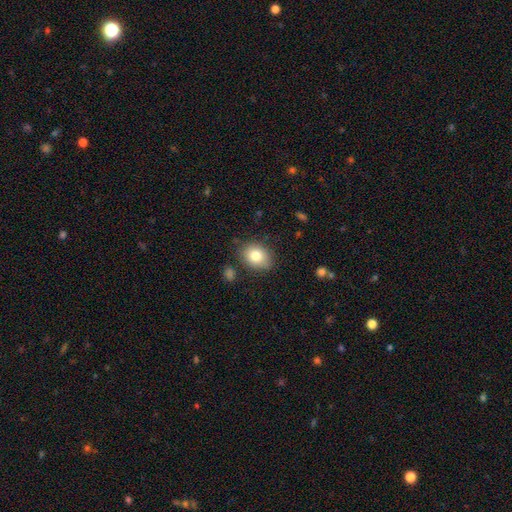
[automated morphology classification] Smooth or featured? Predicted: smooth (p=0.81). How rounded? Predicted: in between (p=0.54). Merging? Predicted: none (p=0.79).